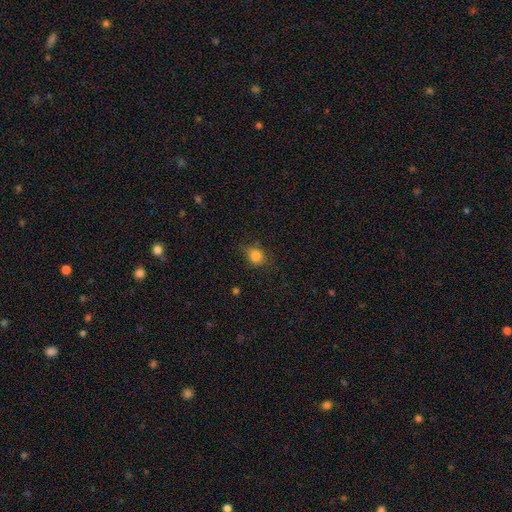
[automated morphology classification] type=smooth (82%); roundness=round (68%); merging=none (73%).